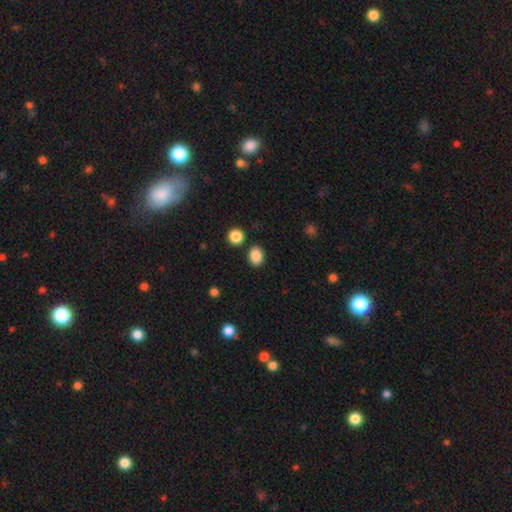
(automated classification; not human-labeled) This appears to be a smooth galaxy with no disk features (87%) that is in between round and cigar-shaped (57%). Merging: none (85%).